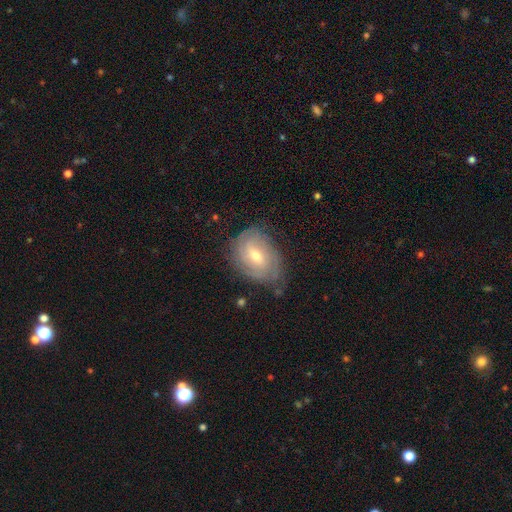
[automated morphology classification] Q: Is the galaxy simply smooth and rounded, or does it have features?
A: featured or disk — 69%.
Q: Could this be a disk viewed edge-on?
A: no — 95%.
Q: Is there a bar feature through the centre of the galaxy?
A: weak — 53%.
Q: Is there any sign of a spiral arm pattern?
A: yes — 86%.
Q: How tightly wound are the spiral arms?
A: tight — 64%.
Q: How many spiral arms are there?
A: can't tell — 48%.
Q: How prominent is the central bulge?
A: moderate — 52%.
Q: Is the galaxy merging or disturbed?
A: none — 65%.